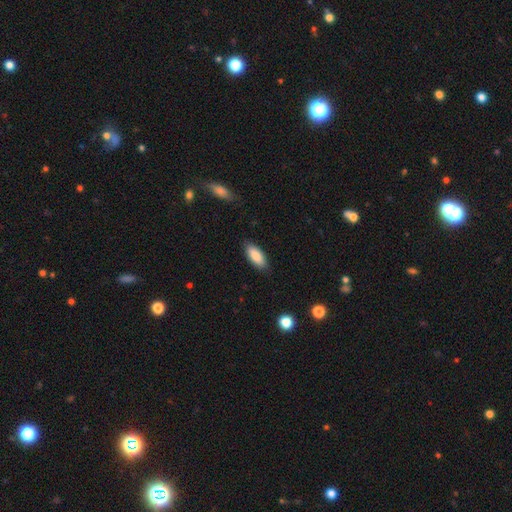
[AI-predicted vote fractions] Smooth or featured: smooth — 87% (featured or disk — 7%)
How rounded: in between — 82% (cigar-shaped — 16%)
Merging: none — 87% (minor disturbance — 10%)